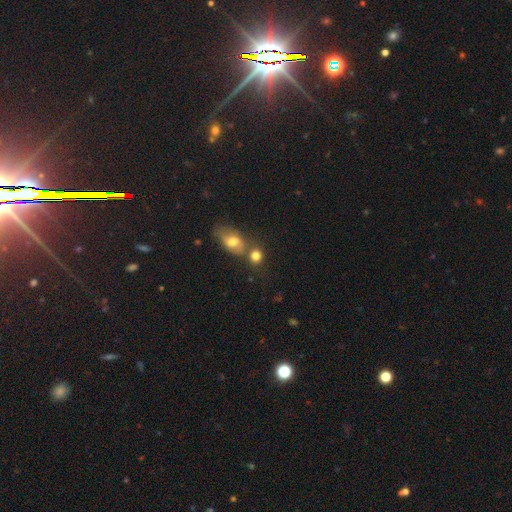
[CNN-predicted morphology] A smooth galaxy with no disk features (75%) that is round (65%). Merging: none (54%).